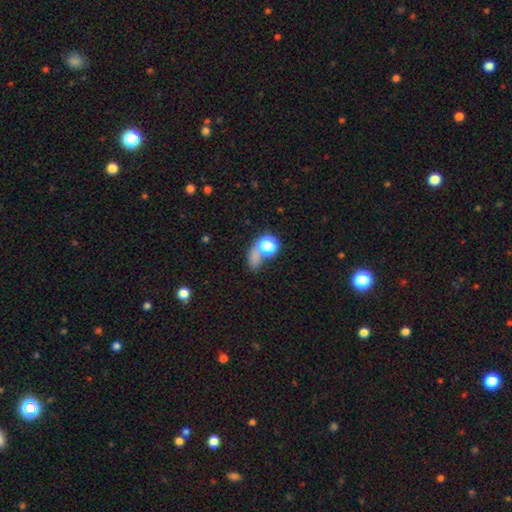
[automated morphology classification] This is likely a smooth galaxy (63%). How rounded: possibly round (51%). Merging: marginally none (39%).